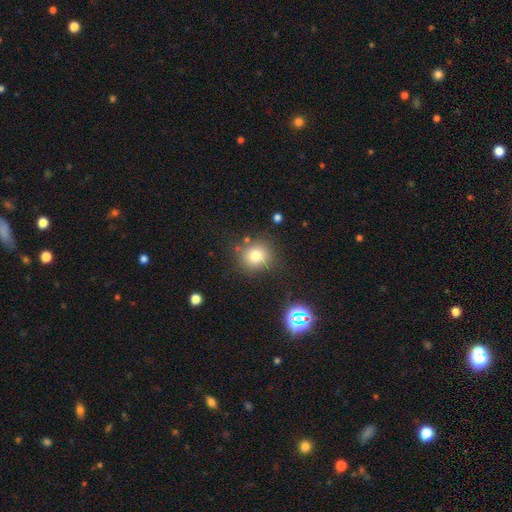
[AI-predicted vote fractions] The model was most divided on "smooth or featured": smooth: 77%, star or artifact: 14%, featured or disk: 9%. More confident: how rounded — round (85%); merging — none (80%).